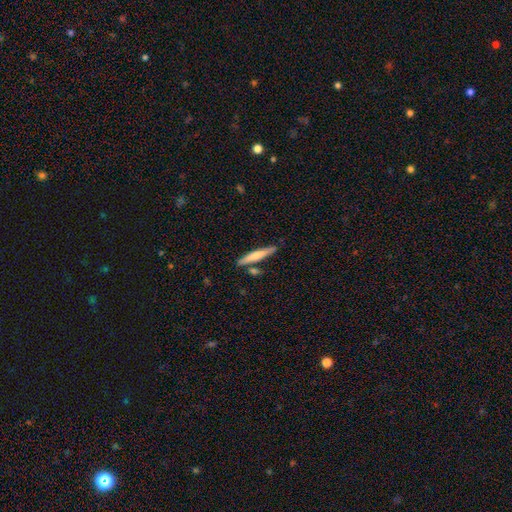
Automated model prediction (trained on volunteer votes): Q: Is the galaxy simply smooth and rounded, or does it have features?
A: smooth — 66%.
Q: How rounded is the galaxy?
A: cigar-shaped — 92%.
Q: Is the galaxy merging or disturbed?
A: none — 80%.